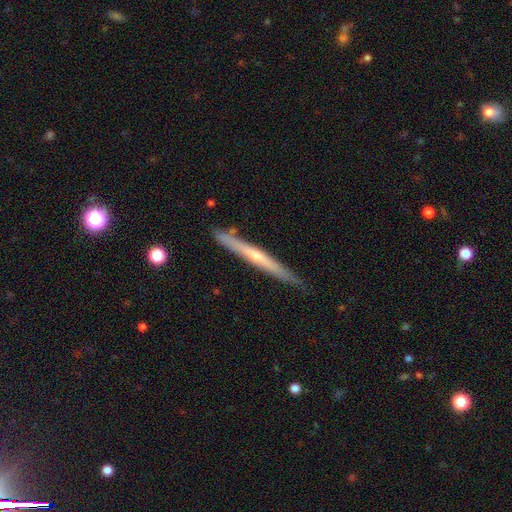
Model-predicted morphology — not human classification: Smooth or featured? Predicted: featured or disk (p=0.65). Edge-on disk? Predicted: yes (p=0.97). Edge-on bulge? Predicted: rounded (p=0.54). Merging? Predicted: none (p=0.86).